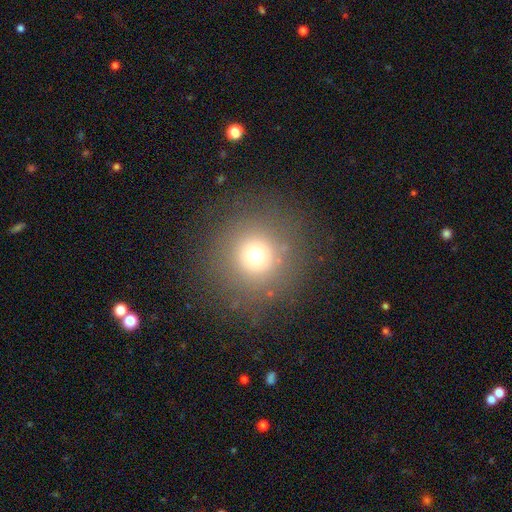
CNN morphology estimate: This is likely a smooth galaxy (69%). How rounded: clearly round (95%). Merging: clearly none (85%).